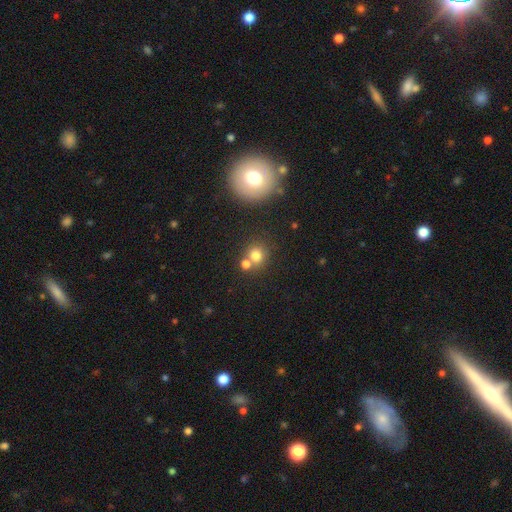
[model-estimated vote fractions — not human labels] Overall: smooth (76%). How rounded: round (82%). Merging: none (53%; merger 35%).